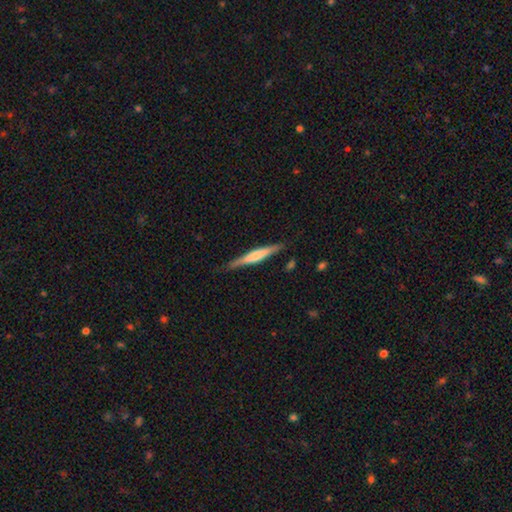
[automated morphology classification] Overall: featured or disk (51%; smooth 44%). Edge-on disk: yes (96%). Merging: none (82%).